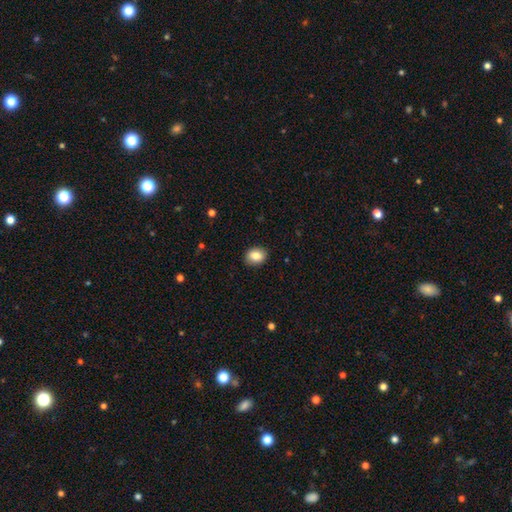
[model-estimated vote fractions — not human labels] Morphology: type=smooth (85%); roundness=in between (51%); merging=none (89%).